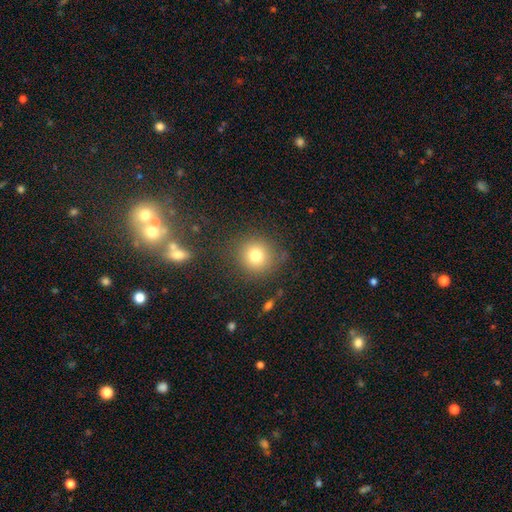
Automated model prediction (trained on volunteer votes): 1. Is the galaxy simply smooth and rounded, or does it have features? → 77% smooth, 13% star or artifact, 10% featured or disk.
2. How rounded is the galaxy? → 89% round, 10% in between, 1% cigar-shaped.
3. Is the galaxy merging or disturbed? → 83% none, 10% minor disturbance, 5% major disturbance, 3% merger.